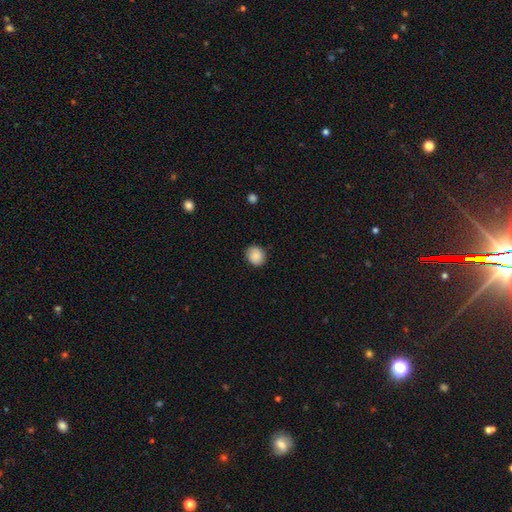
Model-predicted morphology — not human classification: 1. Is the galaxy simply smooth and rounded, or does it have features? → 88% smooth, 8% star or artifact, 4% featured or disk.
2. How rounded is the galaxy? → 76% round, 23% in between, 1% cigar-shaped.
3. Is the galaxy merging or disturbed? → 84% none, 12% minor disturbance, 2% major disturbance, 1% merger.